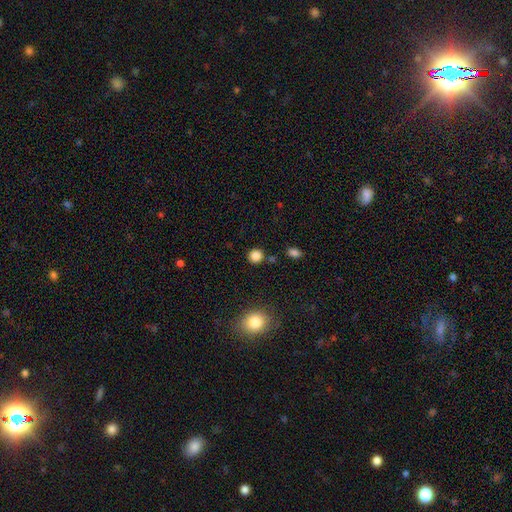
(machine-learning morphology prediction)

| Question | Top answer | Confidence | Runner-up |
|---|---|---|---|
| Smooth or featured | smooth | 85% | star or artifact (11%) |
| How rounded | round | 90% | in between (9%) |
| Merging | none | 84% | minor disturbance (8%) |